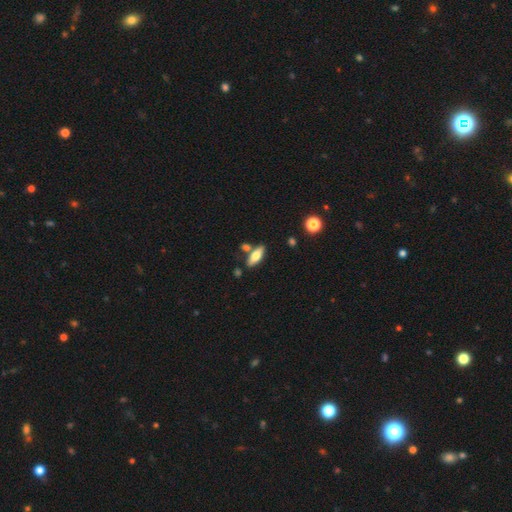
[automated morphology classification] A smooth galaxy with no disk features (66%) that is in between round and cigar-shaped (66%).

Vote fractions:
- Smooth or featured? smooth: 66% / featured or disk: 28% / star or artifact: 7%
- How rounded? in between: 66% / cigar-shaped: 31% / round: 3%
- Merging? none: 73% / minor disturbance: 12% / merger: 12% / major disturbance: 3%